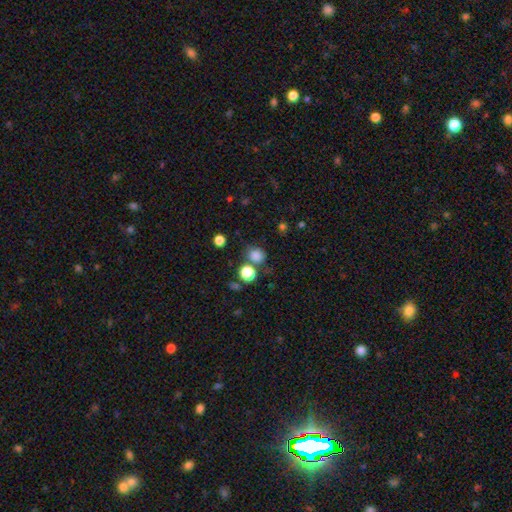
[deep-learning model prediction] Q: Smooth or featured?
A: smooth (81%); runner-up: star or artifact (15%)
Q: How rounded?
A: round (77%); runner-up: in between (22%)
Q: Merging?
A: none (71%); runner-up: merger (13%)